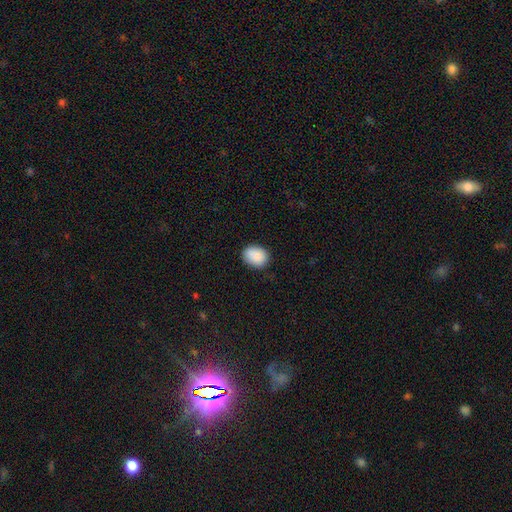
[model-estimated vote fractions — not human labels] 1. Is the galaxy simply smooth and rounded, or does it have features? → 89% smooth, 7% star or artifact, 4% featured or disk.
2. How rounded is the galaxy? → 62% in between, 37% round, 1% cigar-shaped.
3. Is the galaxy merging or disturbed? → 82% none, 15% minor disturbance, 3% major disturbance, 1% merger.